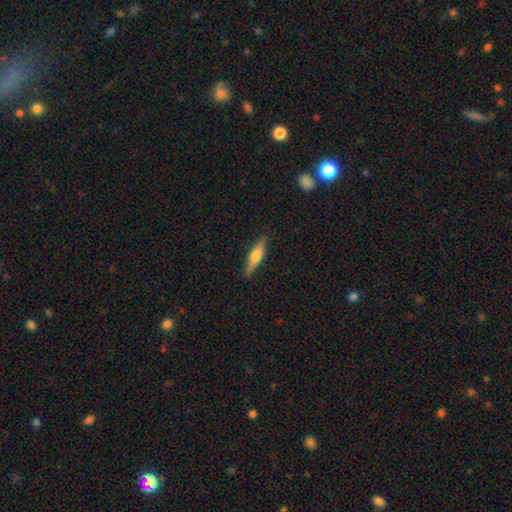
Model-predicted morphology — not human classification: Smooth or featured? Predicted: featured or disk (p=0.50). Edge-on disk? Predicted: yes (p=0.95). Merging? Predicted: none (p=0.89).